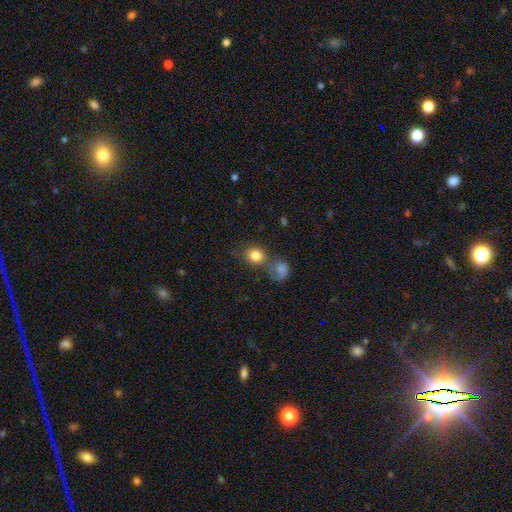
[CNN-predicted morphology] This is clearly a smooth galaxy (82%). How rounded: likely round (77%). Merging: possibly none (53%).